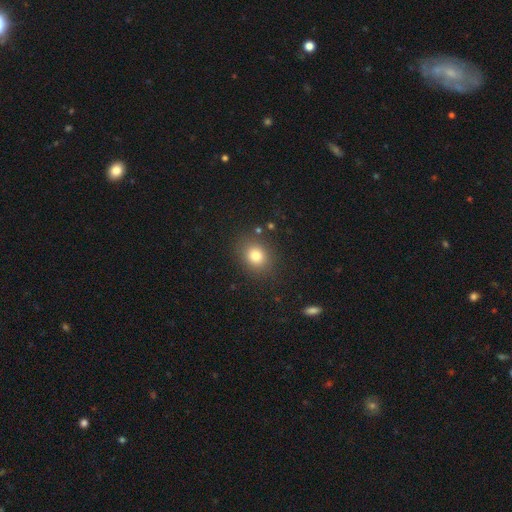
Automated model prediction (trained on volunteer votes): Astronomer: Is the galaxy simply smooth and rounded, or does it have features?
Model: smooth — 79%.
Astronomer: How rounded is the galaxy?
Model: round — 62% (runner-up: in between, 37%).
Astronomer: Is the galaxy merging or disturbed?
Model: none — 84%.